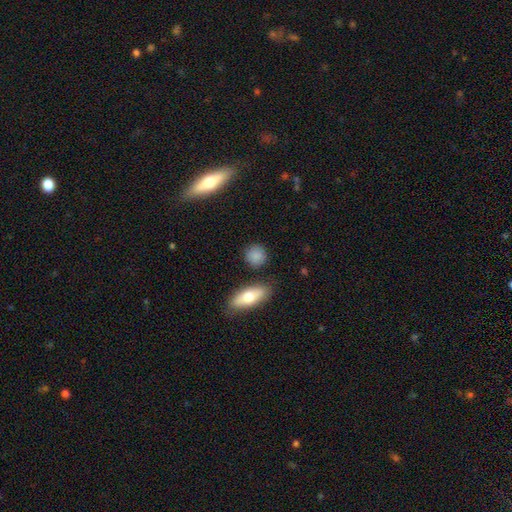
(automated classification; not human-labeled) Morphology: type=smooth (85%); roundness=round (78%); merging=none (84%).